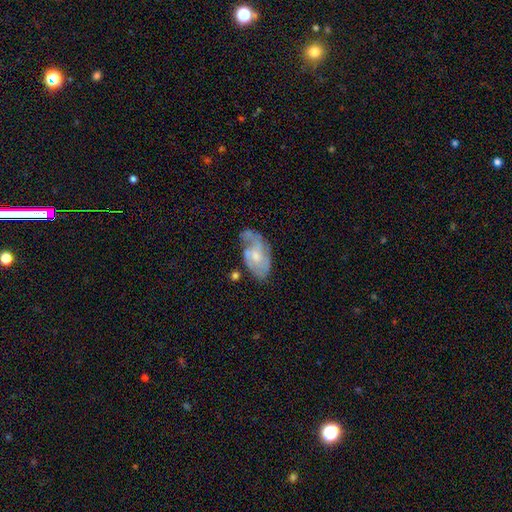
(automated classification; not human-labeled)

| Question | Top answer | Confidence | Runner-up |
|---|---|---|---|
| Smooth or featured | featured or disk | 71% | smooth (23%) |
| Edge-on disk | no | 96% | yes (4%) |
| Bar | no | 63% | weak (33%) |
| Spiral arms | yes | 82% | no (18%) |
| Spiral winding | medium | 43% | tight (38%) |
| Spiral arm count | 2 | 37% | can't tell (31%) |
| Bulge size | moderate | 50% | small (36%) |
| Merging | none | 49% | minor disturbance (30%) |